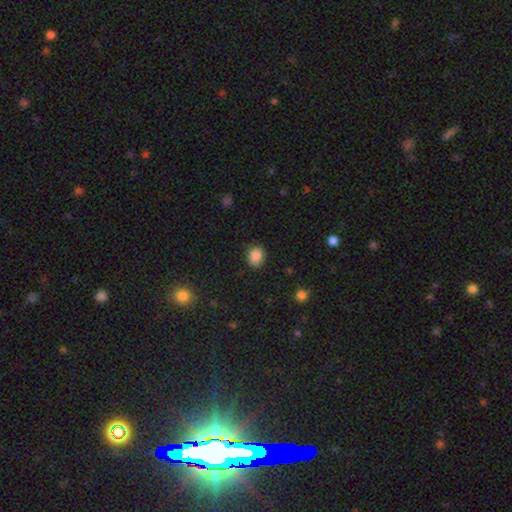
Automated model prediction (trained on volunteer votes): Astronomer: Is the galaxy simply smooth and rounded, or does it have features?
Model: smooth — 87%.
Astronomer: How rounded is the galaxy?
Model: round — 61% (runner-up: in between, 38%).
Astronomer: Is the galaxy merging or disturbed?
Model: none — 81%.